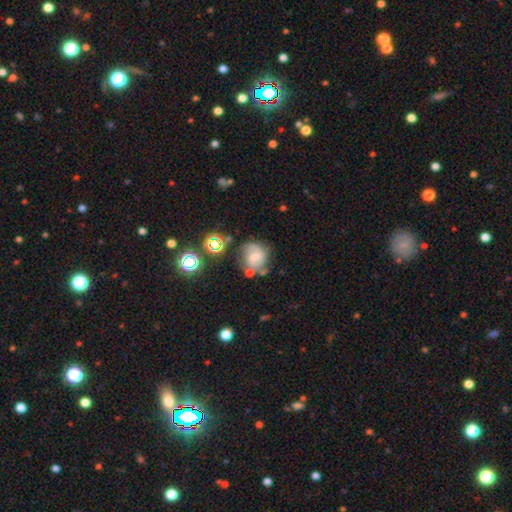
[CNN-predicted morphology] smooth_or_featured: featured or disk (p=0.51) [alt: smooth p=0.35]
disk_edge_on: no (p=0.96) [alt: yes p=0.04]
merging: none (p=0.52) [alt: minor disturbance p=0.23]